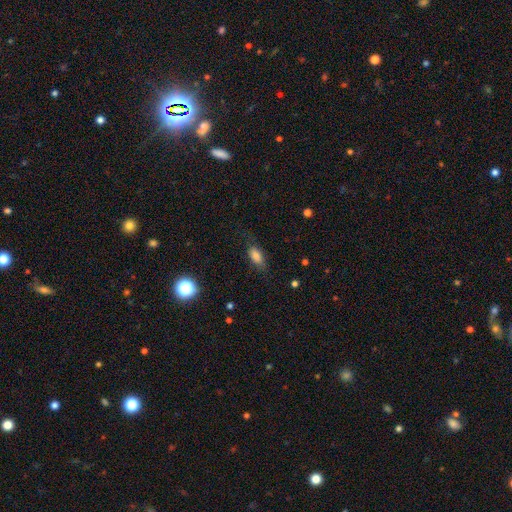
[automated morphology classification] The model was most divided on "merging": none: 72%, minor disturbance: 19%, major disturbance: 8%, merger: 1%. More confident: how rounded — in between (85%); smooth or featured — smooth (80%).